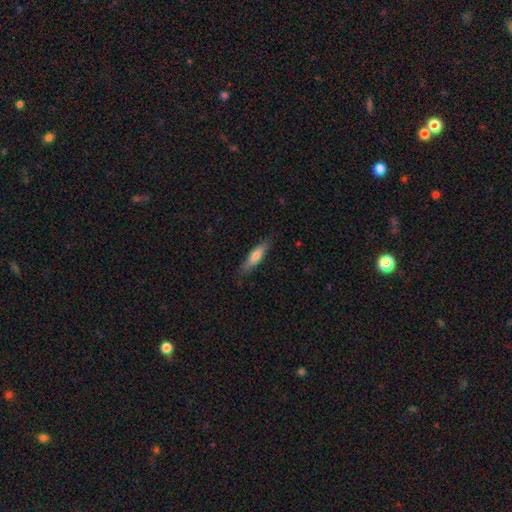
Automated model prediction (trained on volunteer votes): smooth-or-featured: smooth: 69% | featured or disk: 26% | star or artifact: 6%
  how-rounded: cigar-shaped: 71% | in between: 27% | round: 2%
  merging: none: 83% | minor disturbance: 13% | major disturbance: 3% | merger: 1%